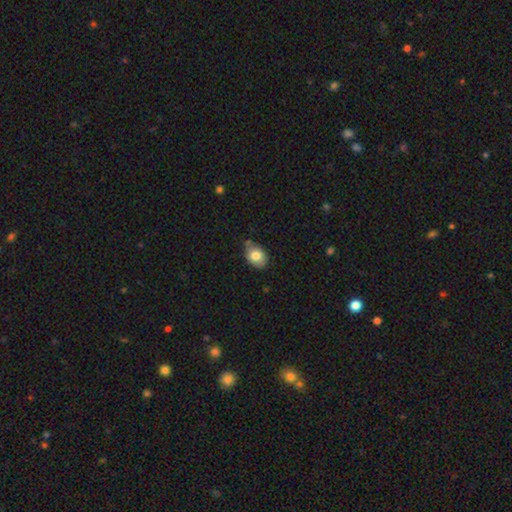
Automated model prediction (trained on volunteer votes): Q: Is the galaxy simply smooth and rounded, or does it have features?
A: smooth — 80%.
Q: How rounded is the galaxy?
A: in between — 73%.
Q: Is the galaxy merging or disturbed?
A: none — 70%.